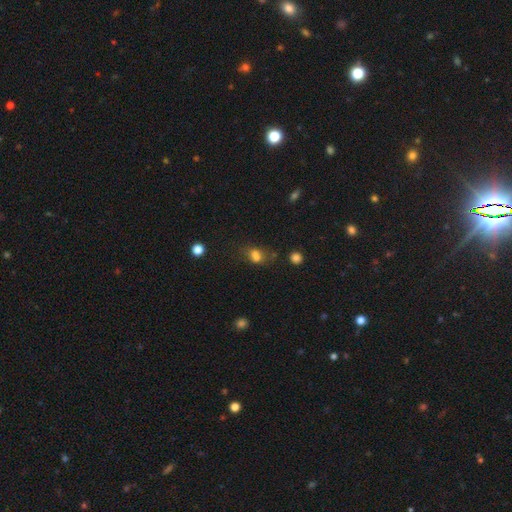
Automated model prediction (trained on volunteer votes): Morphology: type=smooth (69%); roundness=in between (65%); merging=none (43%).